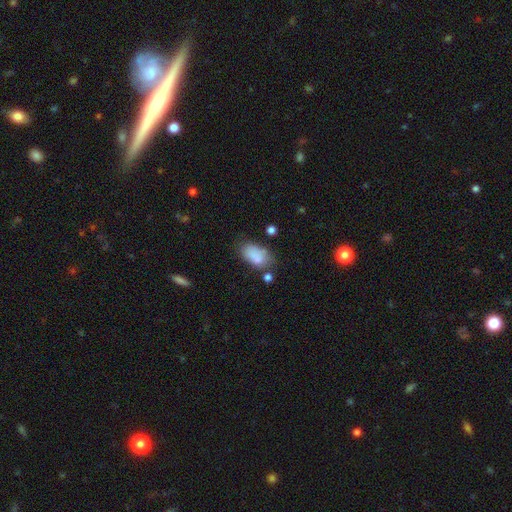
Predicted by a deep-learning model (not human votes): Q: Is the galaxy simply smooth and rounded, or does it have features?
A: smooth — 82%.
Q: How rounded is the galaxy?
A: in between — 92%.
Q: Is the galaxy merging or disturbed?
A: none — 57%.